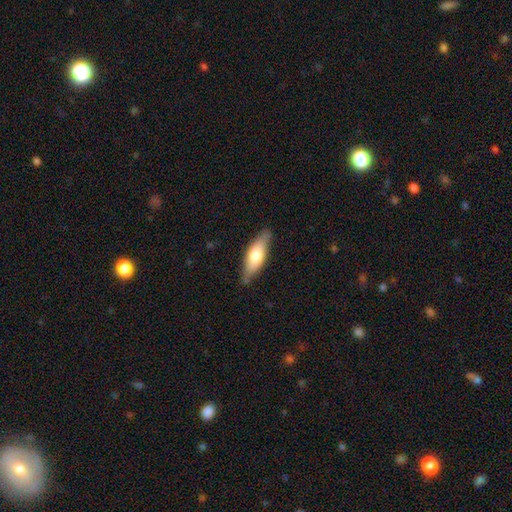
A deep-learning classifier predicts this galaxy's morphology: Smooth or featured? Predicted: smooth (p=0.61). How rounded? Predicted: in between (p=0.56). Merging? Predicted: none (p=0.77).